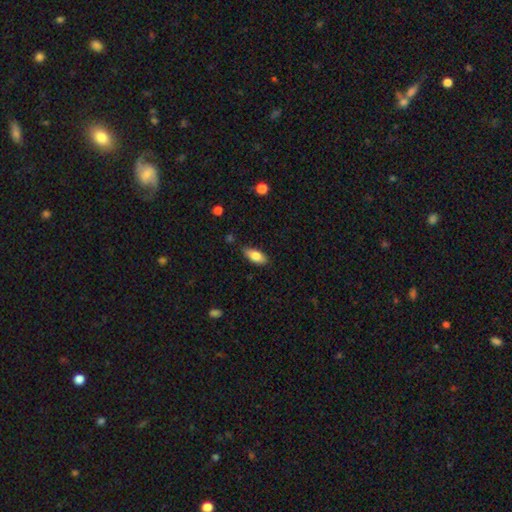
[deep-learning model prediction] This appears to be a smooth galaxy with no disk features (79%) that is in between round and cigar-shaped (84%). Merging: none (77%).